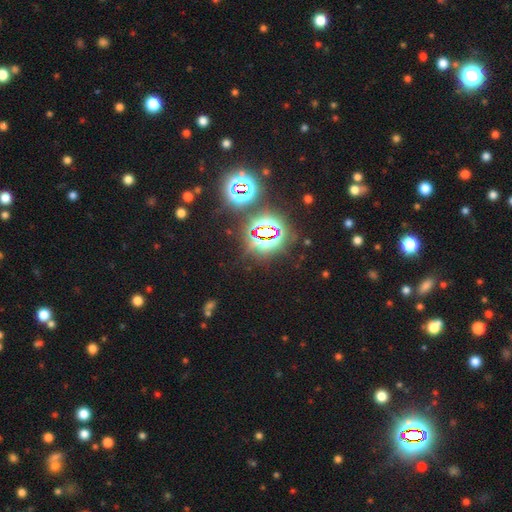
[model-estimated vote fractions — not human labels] smooth-or-featured: star or artifact: 80% | smooth: 12% | featured or disk: 8%